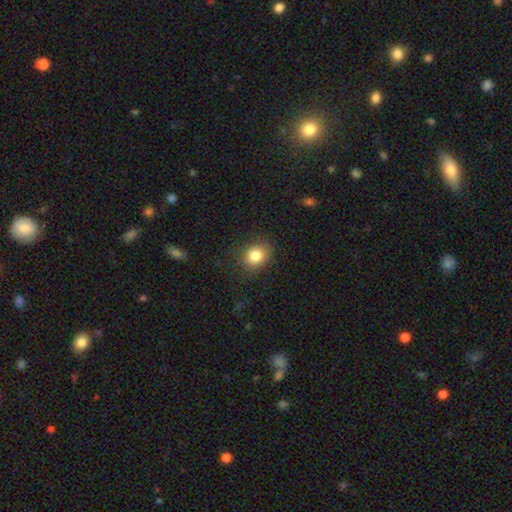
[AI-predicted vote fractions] The model was most divided on "how rounded": round: 59%, in between: 41%, cigar-shaped: 1%. More confident: smooth or featured — smooth (82%); merging — none (82%).